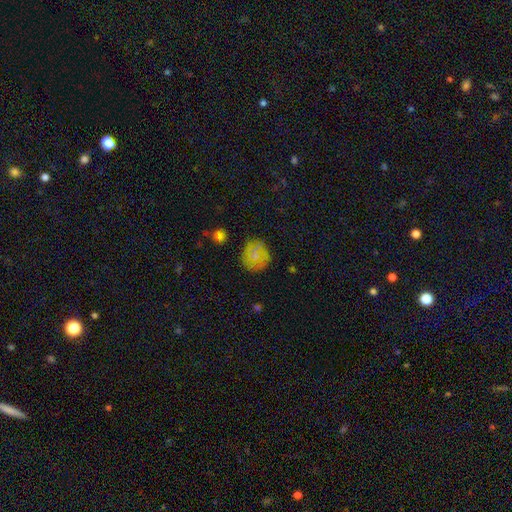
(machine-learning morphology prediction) Smooth or featured?
  - smooth: 60% *
  - featured or disk: 30%
  - star or artifact: 11%
How rounded?
  - round: 82% *
  - in between: 17%
  - cigar-shaped: 1%
Merging?
  - none: 74% *
  - minor disturbance: 17%
  - major disturbance: 6%
  - merger: 3%